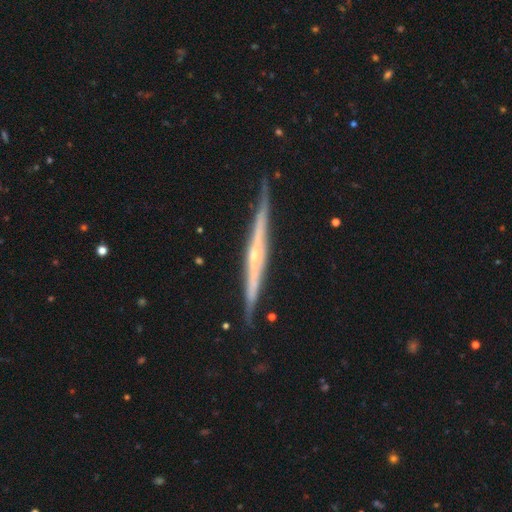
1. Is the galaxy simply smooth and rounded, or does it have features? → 87% featured or disk, 8% smooth, 5% star or artifact.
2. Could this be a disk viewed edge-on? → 100% yes, 0% no.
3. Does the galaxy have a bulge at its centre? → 61% rounded, 27% none, 12% boxy.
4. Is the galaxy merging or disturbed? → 81% none, 19% minor disturbance, 0% major disturbance, 0% merger.